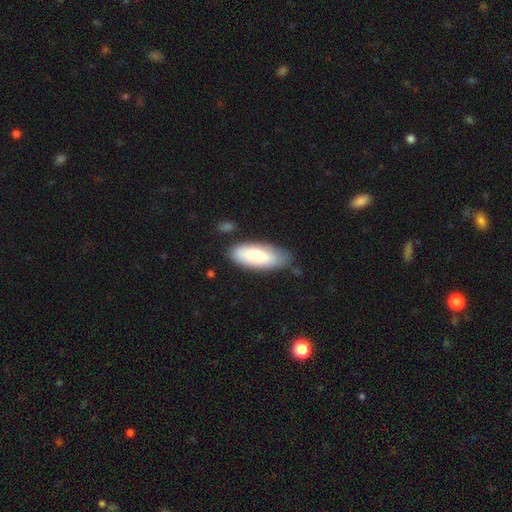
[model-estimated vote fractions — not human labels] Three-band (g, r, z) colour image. It shows a smooth galaxy with no disk features (80%) that is in between round and cigar-shaped (79%). Merging: none (76%).